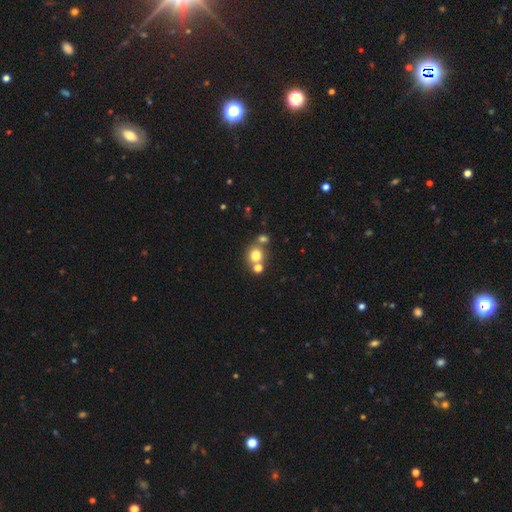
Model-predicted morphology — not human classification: Smooth or featured?
  - smooth: 74% *
  - star or artifact: 15%
  - featured or disk: 11%
How rounded?
  - round: 81% *
  - in between: 18%
  - cigar-shaped: 1%
Merging?
  - none: 55% *
  - merger: 33%
  - minor disturbance: 9%
  - major disturbance: 4%